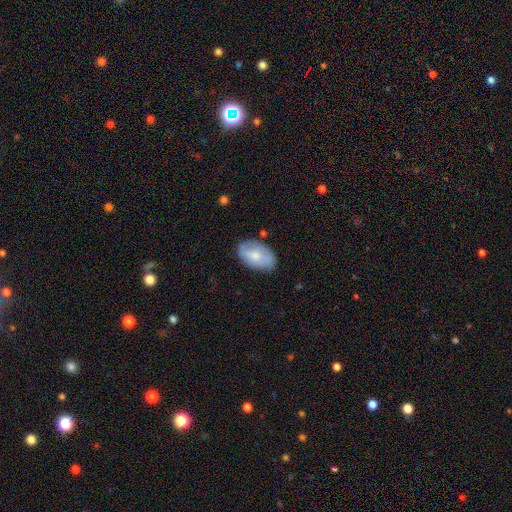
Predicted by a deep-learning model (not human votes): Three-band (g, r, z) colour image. It shows a smooth galaxy with no disk features (67%) that is in between round and cigar-shaped (92%). Merging: none (74%).